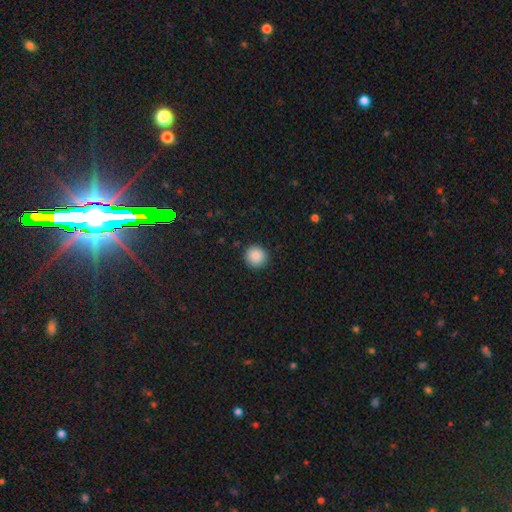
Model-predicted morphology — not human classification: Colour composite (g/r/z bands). It shows a smooth galaxy with no disk features (88%) that is round (95%). Merging: none (92%).